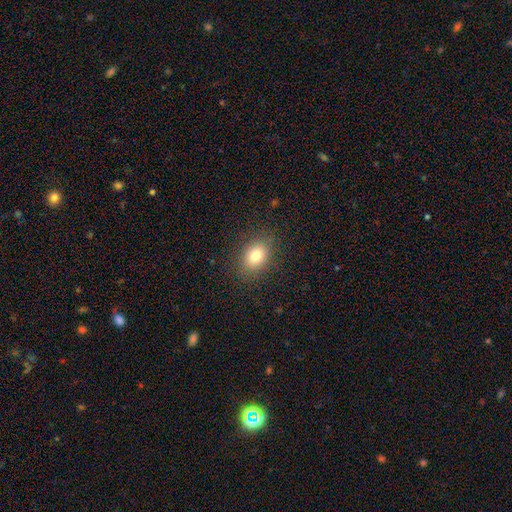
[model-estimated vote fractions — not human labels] Smooth or featured? smooth (80%)
How rounded? in between (70%)
Merging? none (86%)